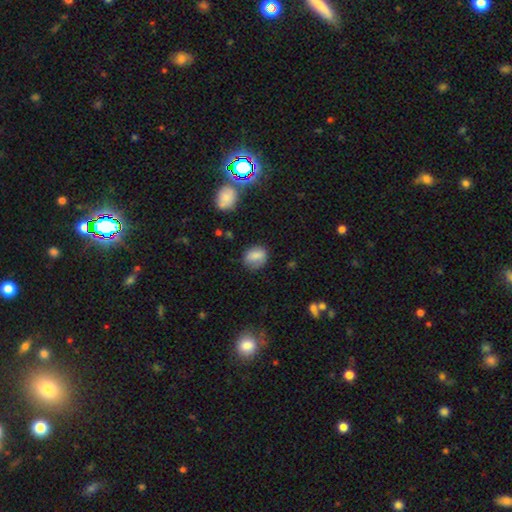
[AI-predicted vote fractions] smooth_or_featured: smooth (p=0.81) [alt: featured or disk p=0.10]
how_rounded: round (p=0.51) [alt: in between p=0.48]
merging: none (p=0.69) [alt: minor disturbance p=0.22]